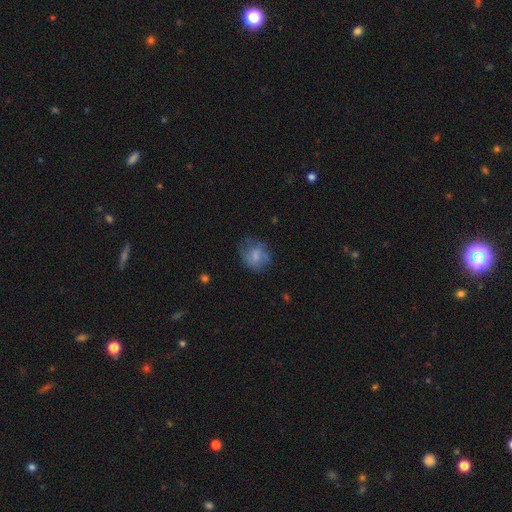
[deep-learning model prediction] smooth 61%, featured or disk 30%, star or artifact 9%. Down the decision tree: how rounded — round (66%); merging — none (58%).